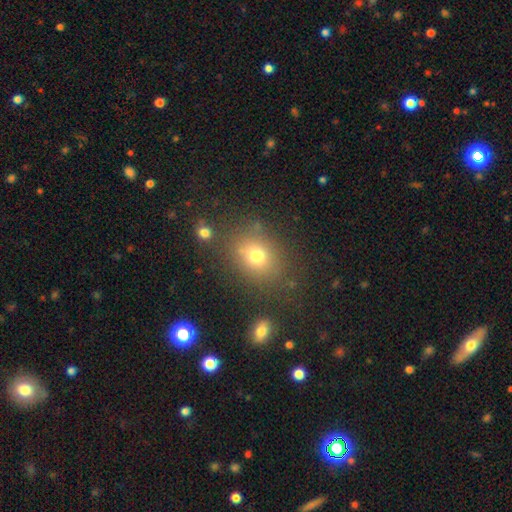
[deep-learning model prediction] The model was most divided on "how rounded": round: 50%, in between: 49%, cigar-shaped: 1%. More confident: merging — none (74%); smooth or featured — smooth (74%).